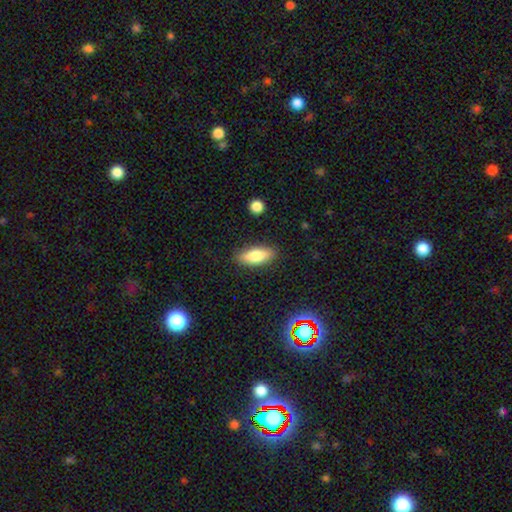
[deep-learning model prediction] Smooth or featured?
  - smooth: 80% *
  - featured or disk: 13%
  - star or artifact: 7%
How rounded?
  - in between: 73% *
  - cigar-shaped: 24%
  - round: 2%
Merging?
  - none: 87% *
  - minor disturbance: 10%
  - major disturbance: 2%
  - merger: 2%